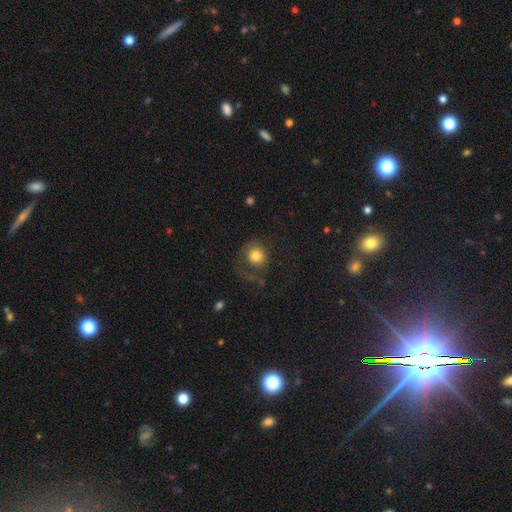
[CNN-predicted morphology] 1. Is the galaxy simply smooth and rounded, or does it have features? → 74% smooth, 17% featured or disk, 9% star or artifact.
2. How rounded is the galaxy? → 84% round, 15% in between, 1% cigar-shaped.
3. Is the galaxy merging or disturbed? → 45% none, 34% major disturbance, 19% minor disturbance, 3% merger.